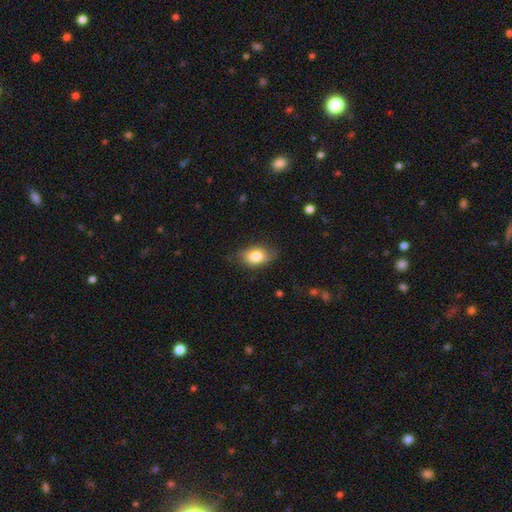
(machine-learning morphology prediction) This is clearly a smooth galaxy (80%). How rounded: clearly in between (83%). Merging: likely none (74%).